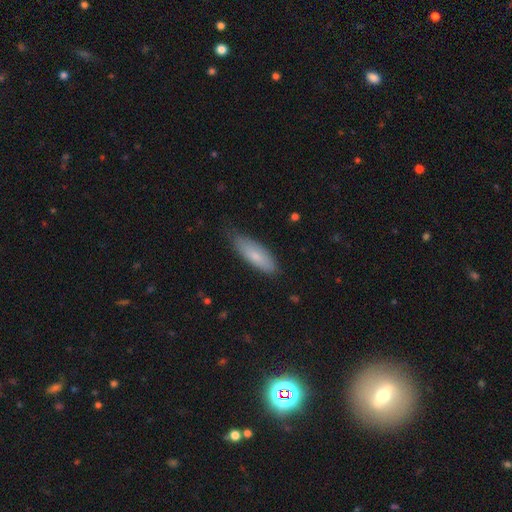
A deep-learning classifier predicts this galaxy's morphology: Q: Smooth or featured?
A: smooth (76%); runner-up: featured or disk (18%)
Q: How rounded?
A: in between (58%); runner-up: cigar-shaped (41%)
Q: Merging?
A: none (70%); runner-up: minor disturbance (25%)